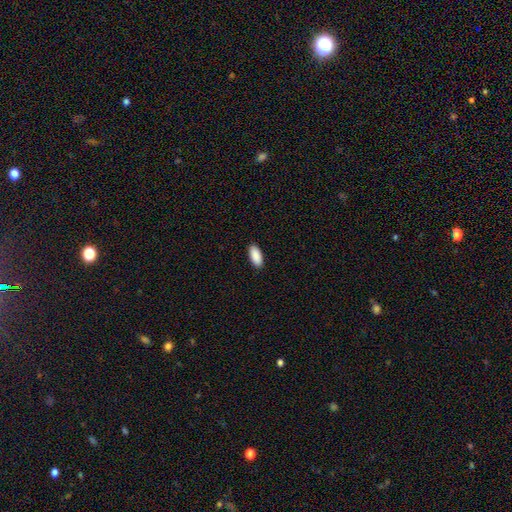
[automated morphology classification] This is clearly a smooth galaxy (91%). How rounded: clearly in between (89%). Merging: clearly none (90%).